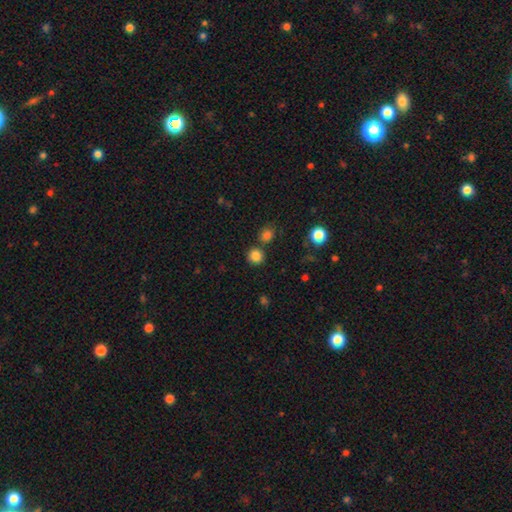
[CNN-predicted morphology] This appears to be a smooth galaxy with no disk features (83%) that is round (91%). Merging: none (79%).